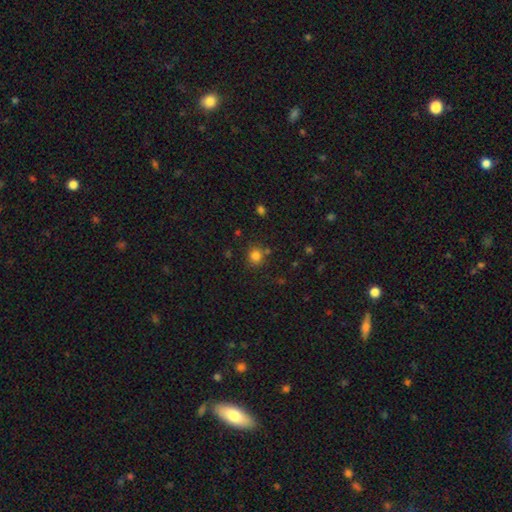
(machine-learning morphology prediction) Overall: smooth (81%). How rounded: round (89%). Merging: none (79%).